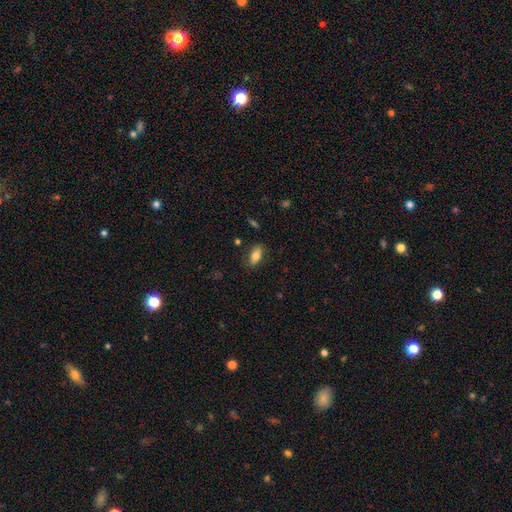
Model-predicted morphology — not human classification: This is likely a smooth galaxy (75%). How rounded: clearly in between (85%). Merging: likely none (79%).